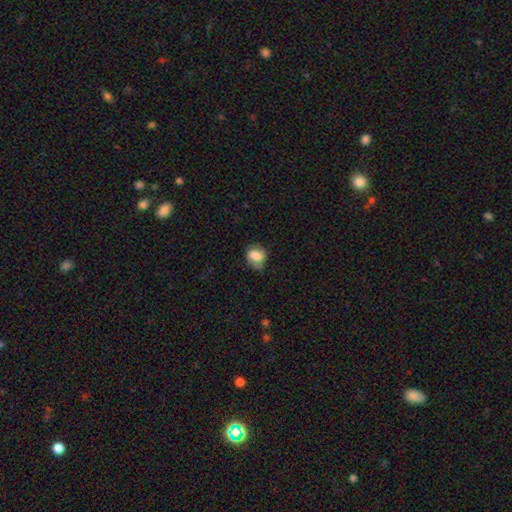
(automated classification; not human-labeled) Q: Smooth or featured?
A: smooth (69%); runner-up: featured or disk (23%)
Q: How rounded?
A: in between (50%); runner-up: round (49%)
Q: Merging?
A: none (62%); runner-up: minor disturbance (27%)